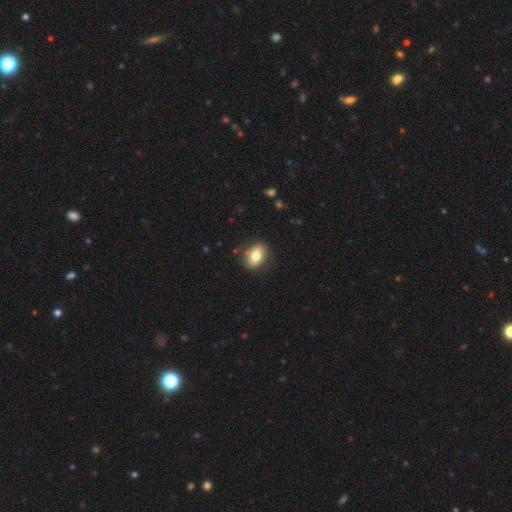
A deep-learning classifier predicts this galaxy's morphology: Smooth or featured? Predicted: smooth (p=0.74). How rounded? Predicted: in between (p=0.74). Merging? Predicted: none (p=0.83).